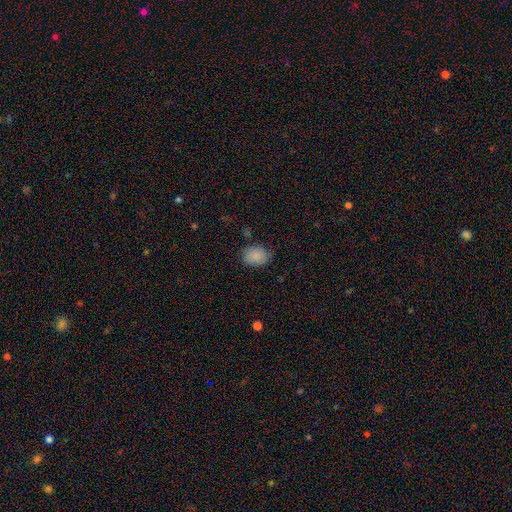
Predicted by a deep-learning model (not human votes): This is clearly a smooth galaxy (86%). How rounded: possibly in between (54%). Merging: likely none (78%).